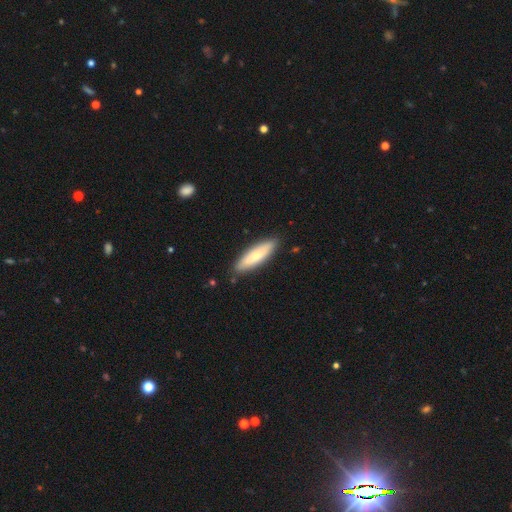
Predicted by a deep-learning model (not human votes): Smooth or featured? smooth (69%)
How rounded? cigar-shaped (60%)
Merging? none (87%)